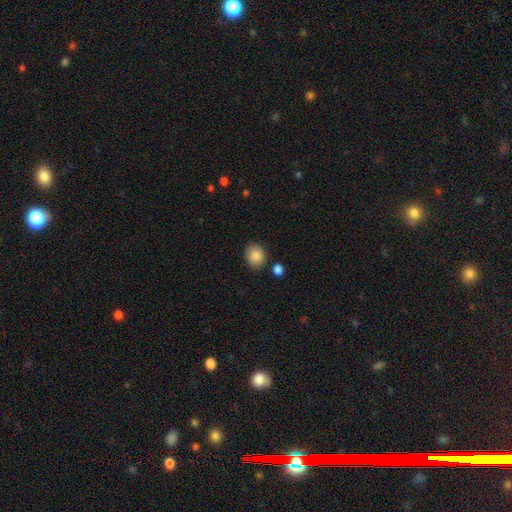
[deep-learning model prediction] Smooth or featured? smooth (87%)
How rounded? round (72%)
Merging? none (84%)